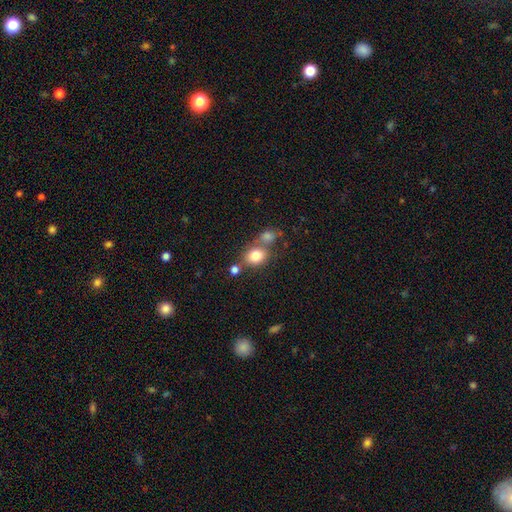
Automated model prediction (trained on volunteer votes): Q: Smooth or featured?
A: smooth (80%); runner-up: star or artifact (10%)
Q: How rounded?
A: round (53%); runner-up: in between (46%)
Q: Merging?
A: none (52%); runner-up: merger (31%)